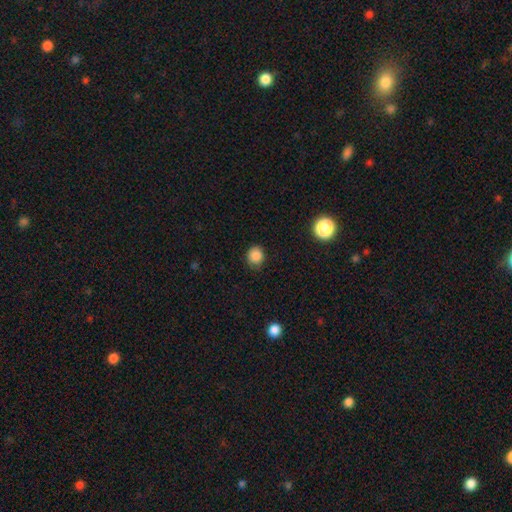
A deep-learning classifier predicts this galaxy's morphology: A smooth galaxy with no disk features (85%) that is round (81%).

Vote fractions:
- Smooth or featured? smooth: 85% / star or artifact: 11% / featured or disk: 3%
- How rounded? round: 81% / in between: 18% / cigar-shaped: 1%
- Merging? none: 82% / minor disturbance: 14% / major disturbance: 3% / merger: 1%